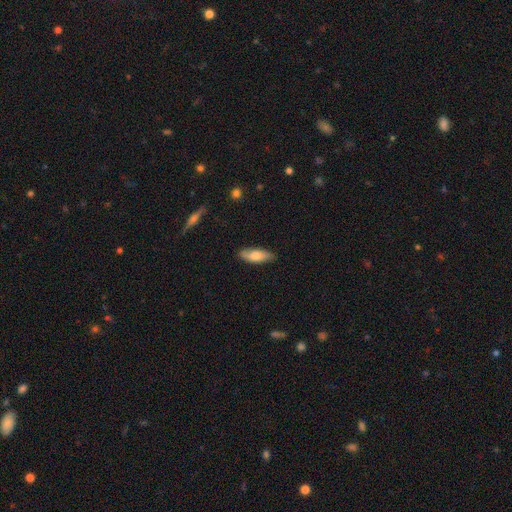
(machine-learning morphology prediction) type=smooth (75%); roundness=in between (66%); merging=none (81%).